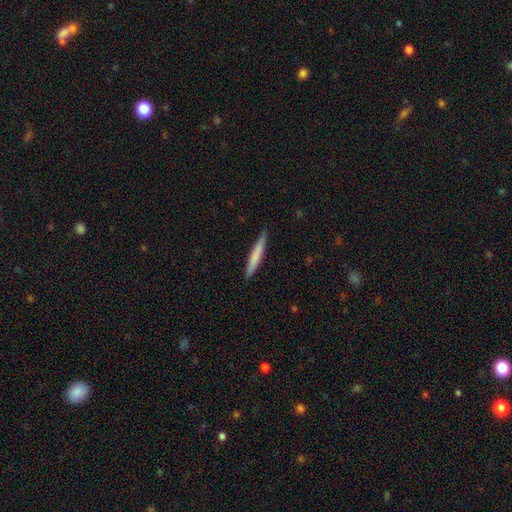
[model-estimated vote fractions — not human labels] Smooth or featured: smooth — 70% (featured or disk — 25%)
How rounded: cigar-shaped — 95% (in between — 3%)
Merging: none — 88% (minor disturbance — 9%)